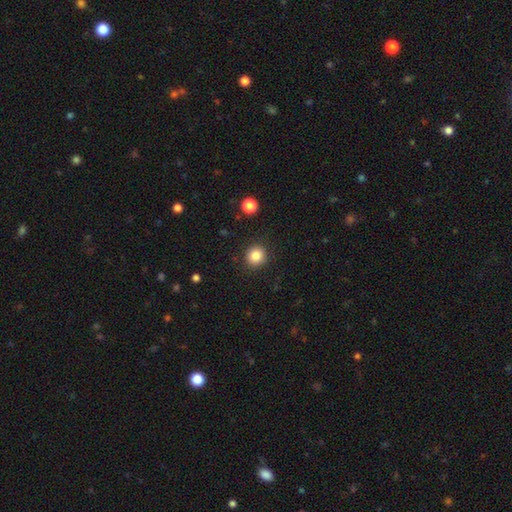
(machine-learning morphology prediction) smooth_or_featured: smooth (p=0.84) [alt: star or artifact p=0.11]
how_rounded: round (p=0.90) [alt: in between p=0.09]
merging: none (p=0.90) [alt: minor disturbance p=0.06]